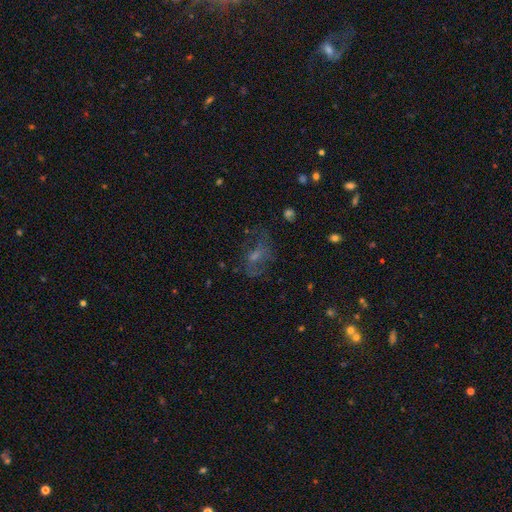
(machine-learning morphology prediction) Q: Smooth or featured?
A: featured or disk (44%); runner-up: smooth (29%)
Q: Merging?
A: none (60%); runner-up: minor disturbance (19%)